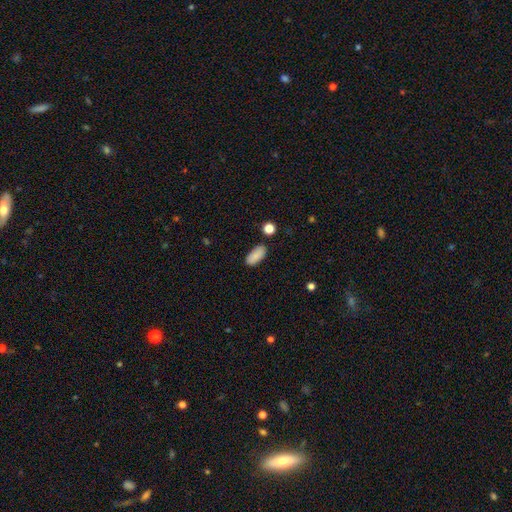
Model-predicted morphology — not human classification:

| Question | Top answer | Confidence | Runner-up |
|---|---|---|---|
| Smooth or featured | smooth | 87% | star or artifact (7%) |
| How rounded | in between | 89% | cigar-shaped (8%) |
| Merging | none | 81% | minor disturbance (13%) |